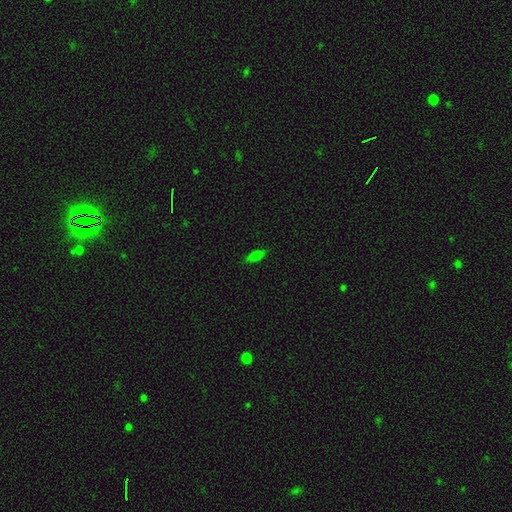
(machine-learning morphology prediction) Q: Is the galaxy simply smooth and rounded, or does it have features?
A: smooth — 68%.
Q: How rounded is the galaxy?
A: in between — 70%.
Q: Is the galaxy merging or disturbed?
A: none — 84%.